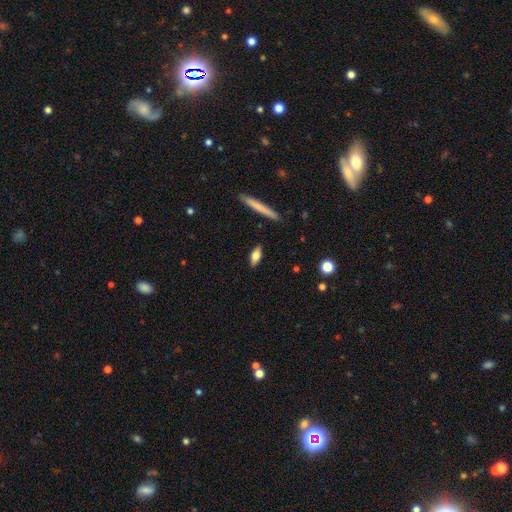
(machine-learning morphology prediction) smooth-or-featured: smooth: 71% | featured or disk: 23% | star or artifact: 7%
  how-rounded: in between: 58% | cigar-shaped: 38% | round: 3%
  merging: none: 87% | minor disturbance: 9% | major disturbance: 2% | merger: 2%